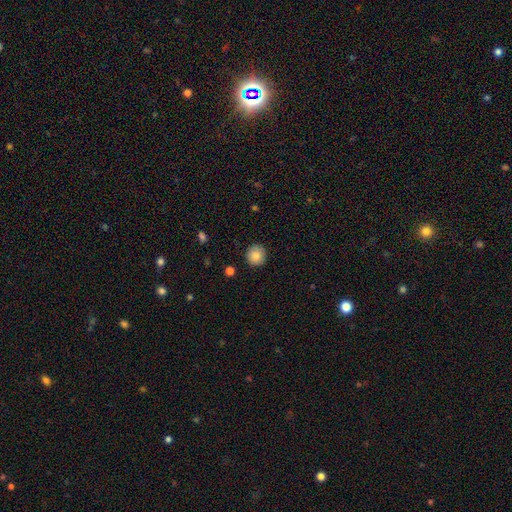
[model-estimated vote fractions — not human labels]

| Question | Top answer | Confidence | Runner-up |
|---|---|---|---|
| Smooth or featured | smooth | 85% | star or artifact (8%) |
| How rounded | round | 93% | in between (6%) |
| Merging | none | 90% | minor disturbance (7%) |